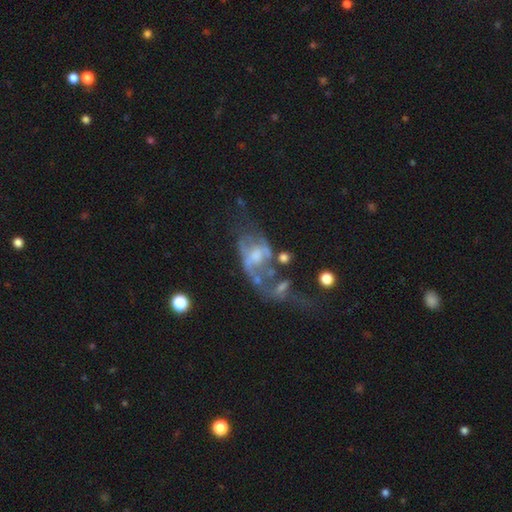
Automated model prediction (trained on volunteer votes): This is likely a featured or disk galaxy (68%). It is clearly not viewed edge-on (96%). Bar: likely no (67%). Spiral arm pattern: possibly no (51%). Central bulge: marginally moderate (38%). Merging: marginally major disturbance (41%).